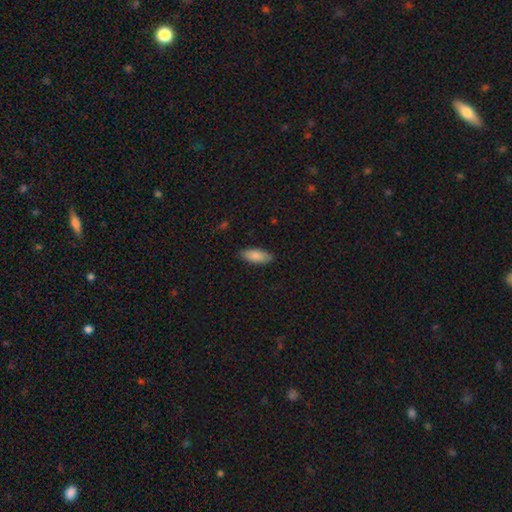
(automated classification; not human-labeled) Q: Smooth or featured?
A: smooth (87%); runner-up: featured or disk (7%)
Q: How rounded?
A: in between (82%); runner-up: cigar-shaped (17%)
Q: Merging?
A: none (85%); runner-up: minor disturbance (12%)